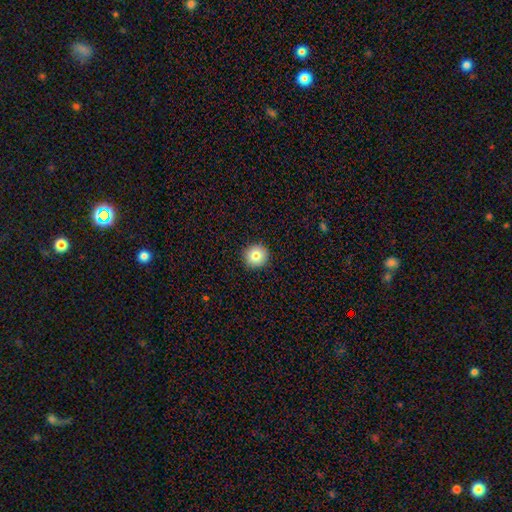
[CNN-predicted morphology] Smooth or featured: smooth — 82% (star or artifact — 10%)
How rounded: round — 95% (in between — 4%)
Merging: none — 93% (minor disturbance — 5%)